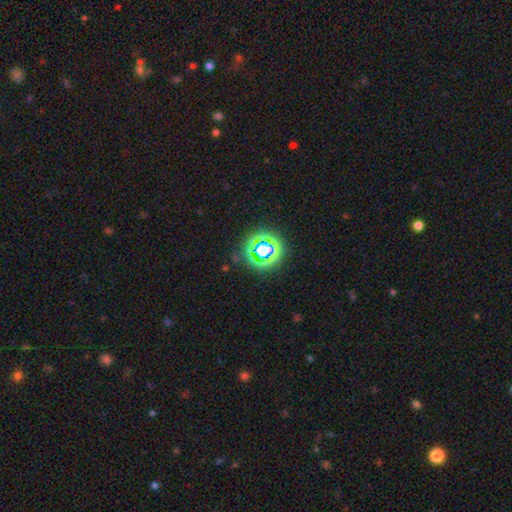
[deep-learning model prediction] This appears to be a star or artifact, not a galaxy (74%).